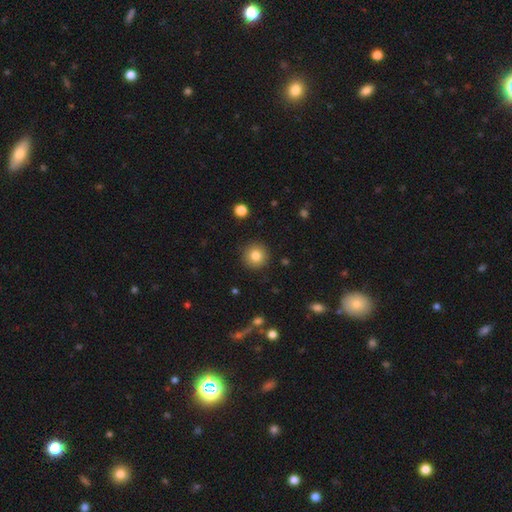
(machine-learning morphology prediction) smooth 82%, star or artifact 10%, featured or disk 8%. Down the decision tree: how rounded — round (95%); merging — none (91%).